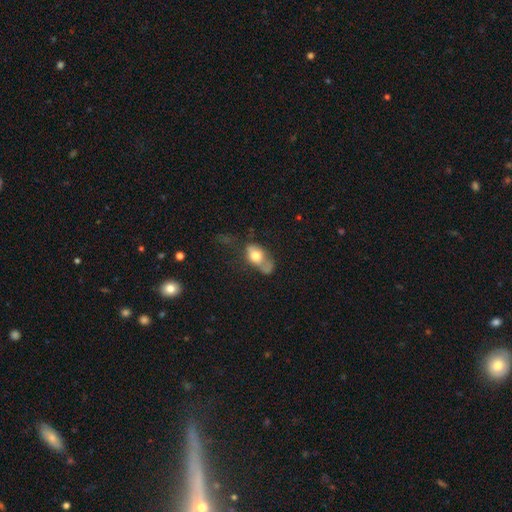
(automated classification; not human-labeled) Smooth or featured? smooth (66%)
How rounded? in between (78%)
Merging? major disturbance (34%)